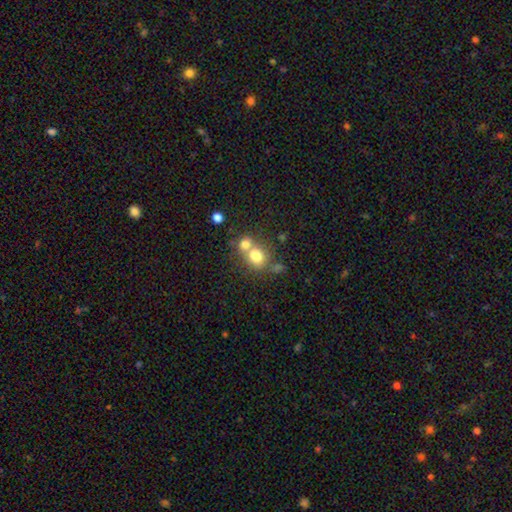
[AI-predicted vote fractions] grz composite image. It shows a smooth galaxy with no disk features (75%) that is round (71%). Merging: merger (51%).